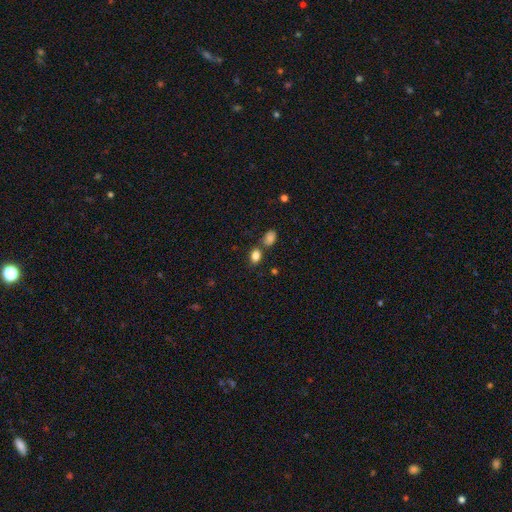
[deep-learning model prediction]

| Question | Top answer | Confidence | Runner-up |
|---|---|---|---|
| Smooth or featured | smooth | 82% | star or artifact (12%) |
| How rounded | in between | 69% | round (29%) |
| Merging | none | 63% | merger (20%) |